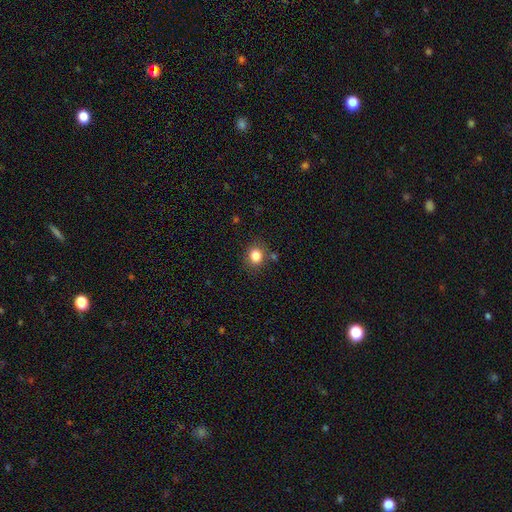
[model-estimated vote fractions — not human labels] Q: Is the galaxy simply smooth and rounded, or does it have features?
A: smooth — 83%.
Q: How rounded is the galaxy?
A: round — 75%.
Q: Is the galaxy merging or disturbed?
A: none — 81%.